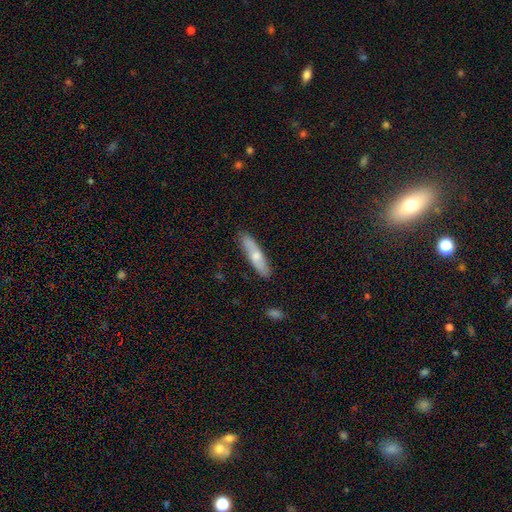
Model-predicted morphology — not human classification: Smooth or featured? smooth (64%)
How rounded? cigar-shaped (79%)
Merging? none (85%)